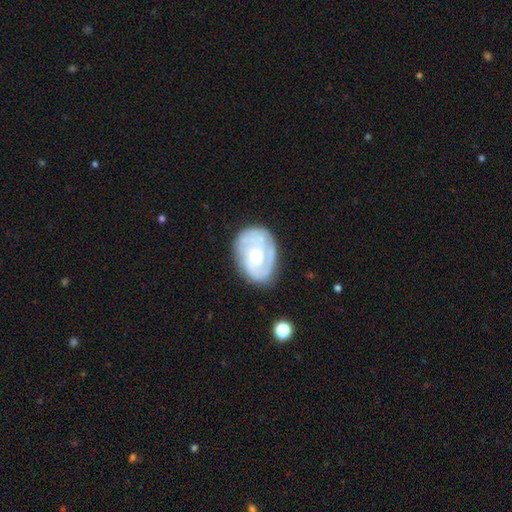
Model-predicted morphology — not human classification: smooth-or-featured: featured or disk: 71% | smooth: 23% | star or artifact: 6%
  disk-edge-on: no: 97% | yes: 3%
    bar: no: 72% | weak: 24% | strong: 4%
    has-spiral-arms: yes: 83% | no: 17%
      spiral-winding: tight: 58% | medium: 31% | loose: 11%
      spiral-arm-count: can't tell: 37% | 2: 32% | 3: 14% | 1: 9% | 4: 4% | more than 4: 3%
    bulge-size: small: 49% | moderate: 43% | large: 4% | none: 3% | dominant: 1%
  merging: none: 69% | minor disturbance: 21% | major disturbance: 8% | merger: 2%